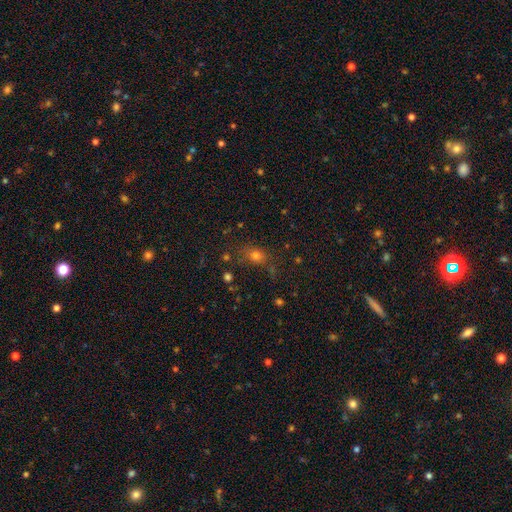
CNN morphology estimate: smooth-or-featured: smooth: 69% | star or artifact: 22% | featured or disk: 9%
  how-rounded: round: 53% | in between: 45% | cigar-shaped: 2%
  merging: none: 73% | minor disturbance: 16% | major disturbance: 6% | merger: 5%